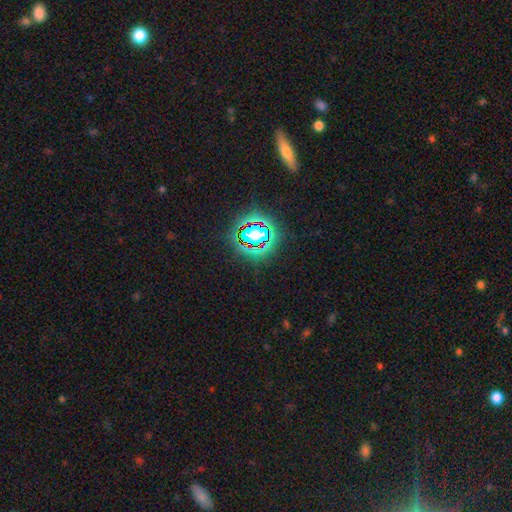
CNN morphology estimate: Smooth or featured? Predicted: star or artifact (p=0.77).